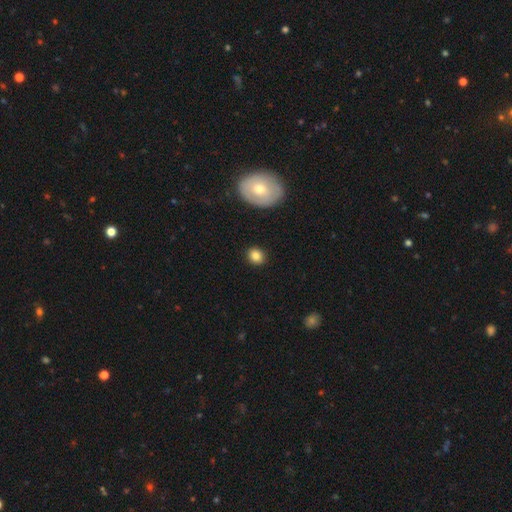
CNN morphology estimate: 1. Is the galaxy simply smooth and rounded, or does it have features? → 85% smooth, 9% star or artifact, 6% featured or disk.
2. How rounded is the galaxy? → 70% round, 29% in between, 1% cigar-shaped.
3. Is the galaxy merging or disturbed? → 89% none, 7% minor disturbance, 2% major disturbance, 2% merger.